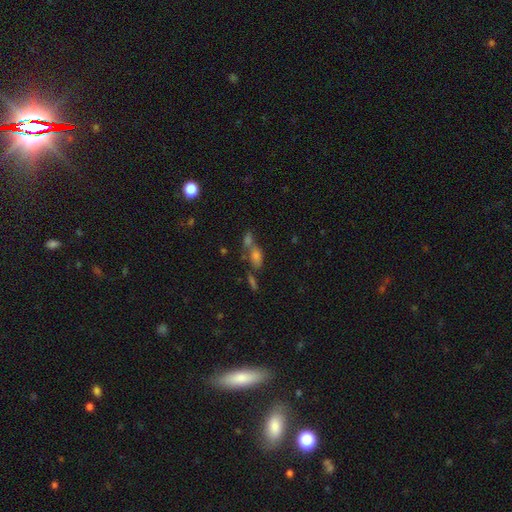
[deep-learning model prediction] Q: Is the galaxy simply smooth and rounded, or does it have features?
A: smooth — 65%.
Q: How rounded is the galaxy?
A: in between — 80%.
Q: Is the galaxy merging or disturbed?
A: merger — 45%.